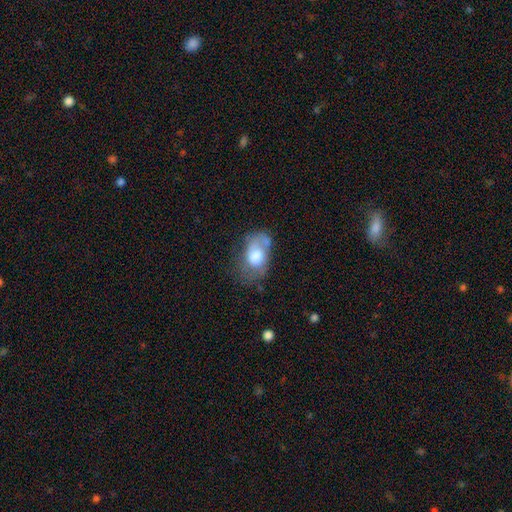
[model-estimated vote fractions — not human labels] Q: Smooth or featured?
A: smooth (59%); runner-up: featured or disk (34%)
Q: How rounded?
A: in between (87%); runner-up: round (11%)
Q: Merging?
A: none (37%); runner-up: minor disturbance (31%)